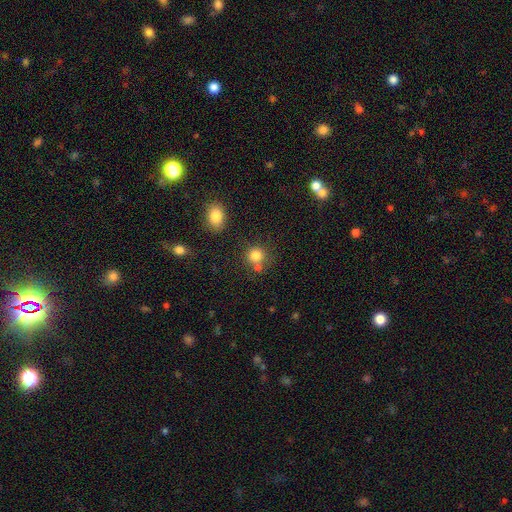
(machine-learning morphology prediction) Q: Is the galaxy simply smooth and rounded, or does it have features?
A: smooth — 82%.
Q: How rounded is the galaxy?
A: round — 87%.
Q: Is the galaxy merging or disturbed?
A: none — 63%.